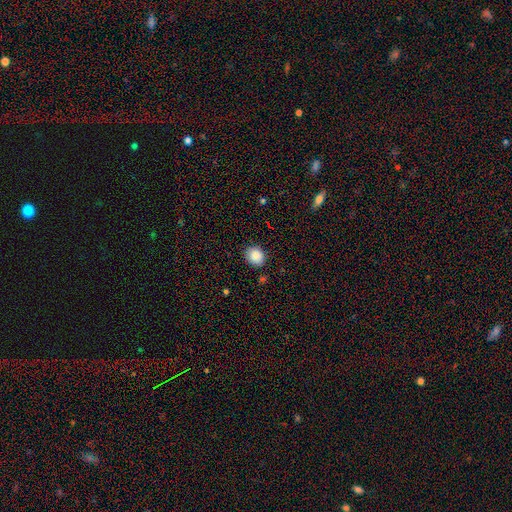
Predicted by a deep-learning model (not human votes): Smooth or featured?
  - smooth: 87% *
  - star or artifact: 9%
  - featured or disk: 4%
How rounded?
  - round: 69% *
  - in between: 30%
  - cigar-shaped: 1%
Merging?
  - none: 85% *
  - minor disturbance: 11%
  - major disturbance: 2%
  - merger: 2%